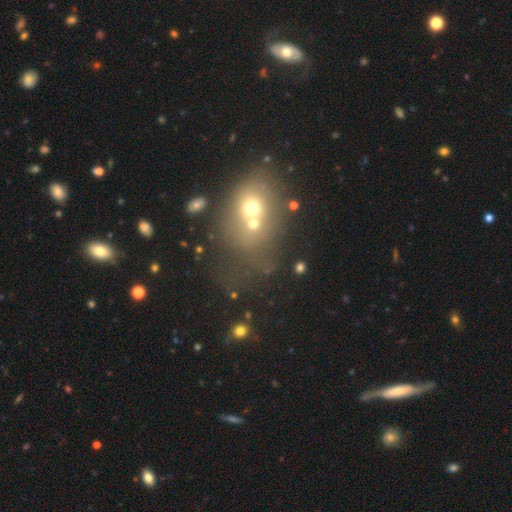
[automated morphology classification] This appears to be a smooth galaxy with no disk features (49%). Merging: merger (53%).